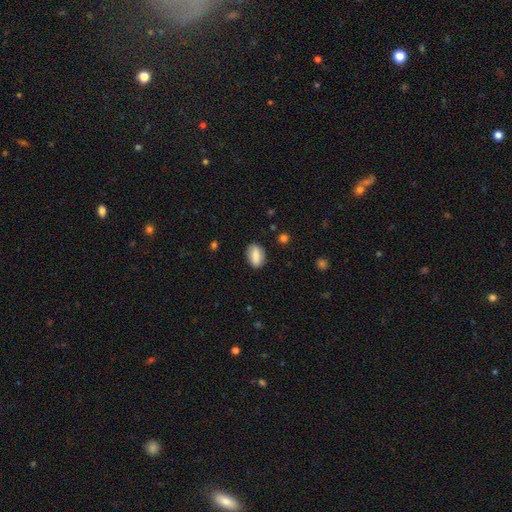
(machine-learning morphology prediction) type=smooth (78%); roundness=in between (84%); merging=none (84%).